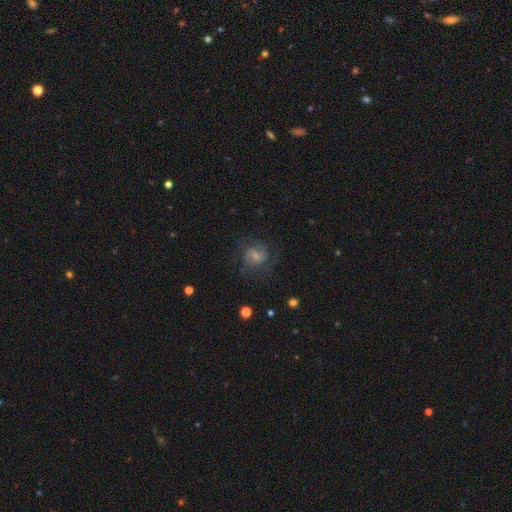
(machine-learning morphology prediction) Overall: featured or disk (59%; smooth 31%). Edge-on disk: no (98%). Bar: no (59%; weak 35%). Spiral arms: yes (86%). Bulge size: small (61%; moderate 25%). Merging: none (64%).